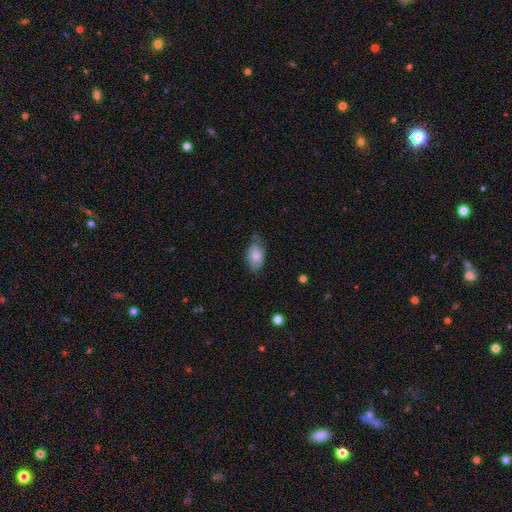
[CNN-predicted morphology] Smooth or featured? Predicted: smooth (p=0.68). How rounded? Predicted: in between (p=0.92). Merging? Predicted: none (p=0.58).